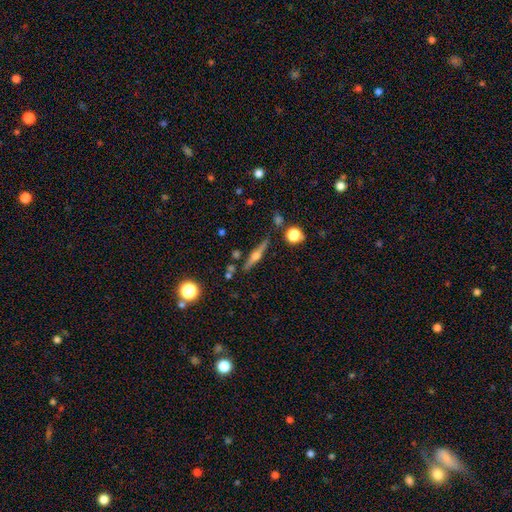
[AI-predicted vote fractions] This is likely a featured or disk galaxy (68%). It is clearly viewed edge-on (97%). Edge-on bulge: clearly rounded (93%). Merging: clearly none (82%).